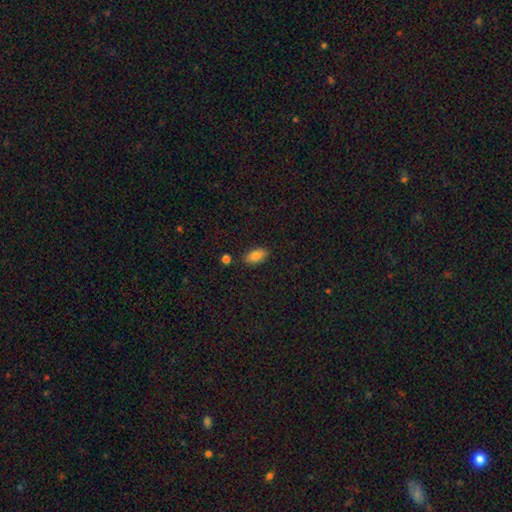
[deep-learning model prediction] Overall: smooth (84%). How rounded: in between (92%). Merging: none (84%).